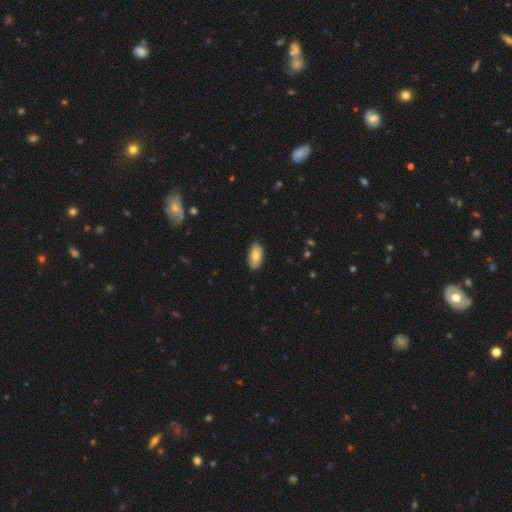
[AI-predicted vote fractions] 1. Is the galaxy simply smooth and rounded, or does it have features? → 80% smooth, 14% featured or disk, 6% star or artifact.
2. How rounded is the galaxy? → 93% in between, 4% cigar-shaped, 3% round.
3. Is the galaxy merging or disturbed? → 87% none, 10% minor disturbance, 2% major disturbance, 1% merger.